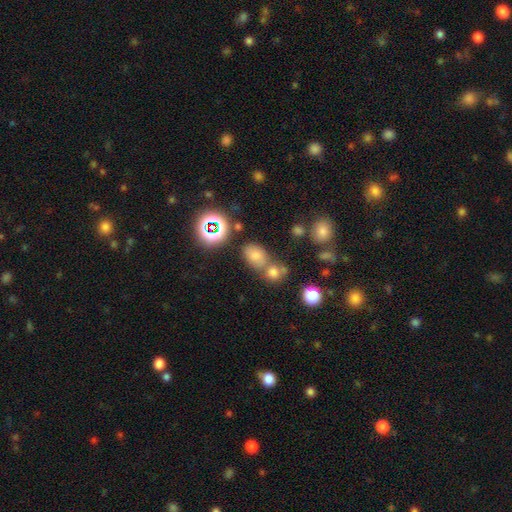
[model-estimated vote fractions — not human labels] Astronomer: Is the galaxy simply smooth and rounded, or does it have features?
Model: smooth — 68%.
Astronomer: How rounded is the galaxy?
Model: in between — 69%.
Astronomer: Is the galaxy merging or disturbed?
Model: none — 49% (runner-up: merger, 32%).